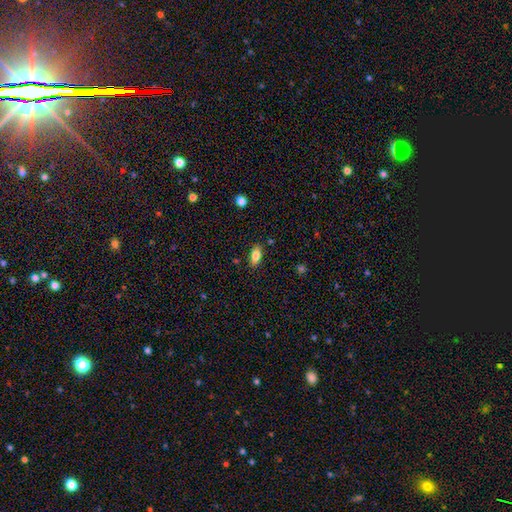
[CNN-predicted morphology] Overall: smooth (80%). How rounded: in between (87%). Merging: none (84%).